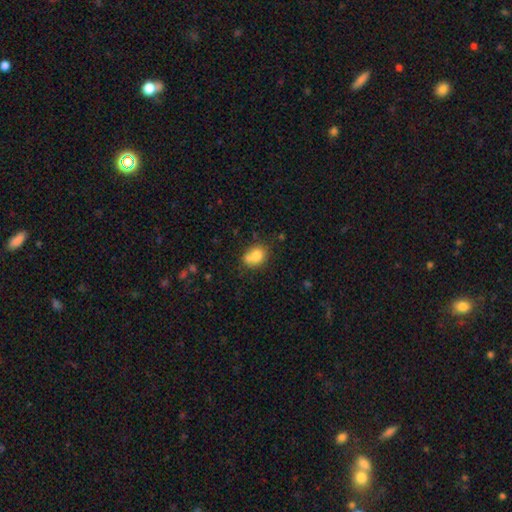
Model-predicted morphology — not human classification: type=smooth (78%); roundness=round (55%); merging=none (55%).